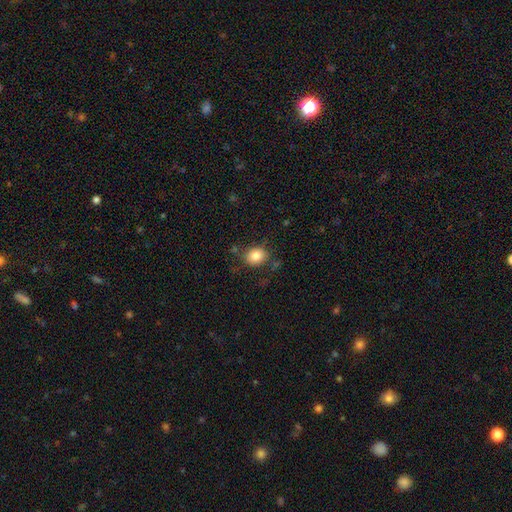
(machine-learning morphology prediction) smooth 82%, star or artifact 10%, featured or disk 8%. Down the decision tree: how rounded — round (69%); merging — none (77%).